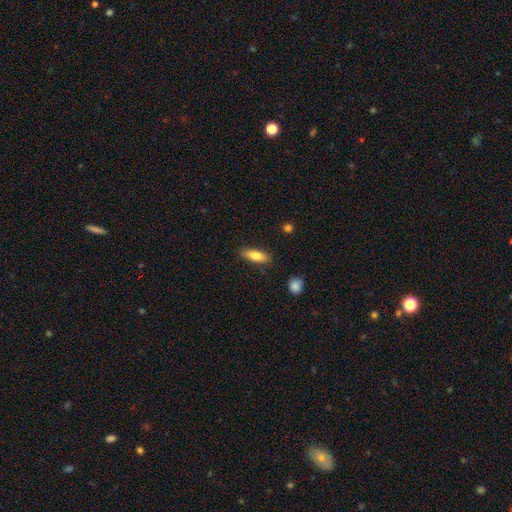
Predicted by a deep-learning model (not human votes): This is clearly a smooth galaxy (80%). How rounded: possibly in between (59%). Merging: clearly none (83%).